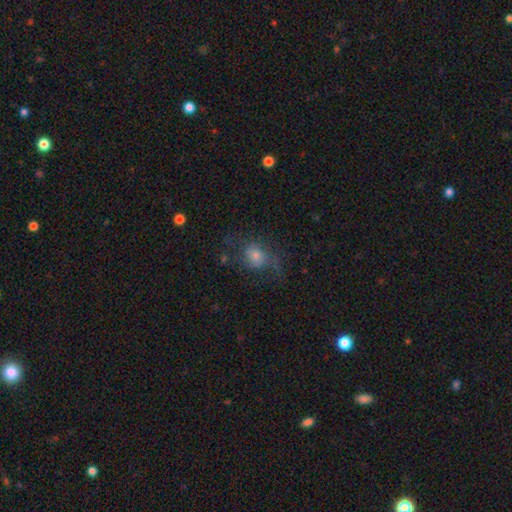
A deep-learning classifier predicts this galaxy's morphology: type=smooth (46%); merging=none (49%).